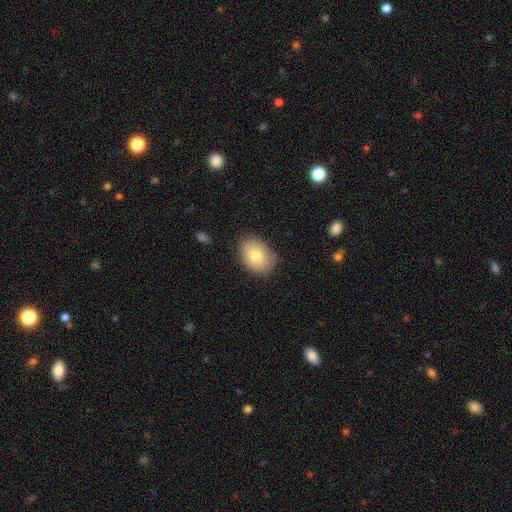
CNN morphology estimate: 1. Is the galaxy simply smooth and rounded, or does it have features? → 78% smooth, 14% featured or disk, 7% star or artifact.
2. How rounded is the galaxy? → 76% in between, 23% round, 1% cigar-shaped.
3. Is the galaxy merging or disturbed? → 80% none, 16% minor disturbance, 3% major disturbance, 1% merger.